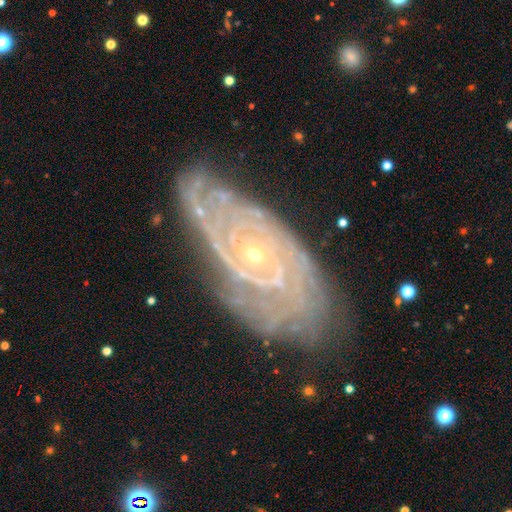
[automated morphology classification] This appears to be a featured or disk galaxy (88%) with no bar (70%), tight (78%) spiral arms (97%) and a small central bulge (79%). Merging: none (73%).